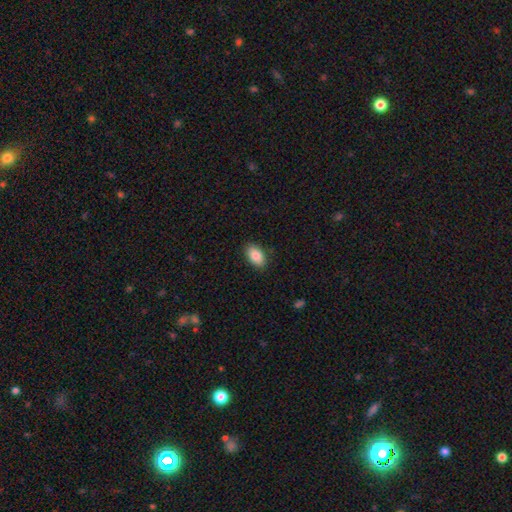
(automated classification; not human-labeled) Smooth or featured?
  - smooth: 87% *
  - star or artifact: 7%
  - featured or disk: 6%
How rounded?
  - in between: 92% *
  - round: 6%
  - cigar-shaped: 2%
Merging?
  - none: 88% *
  - minor disturbance: 9%
  - major disturbance: 2%
  - merger: 1%